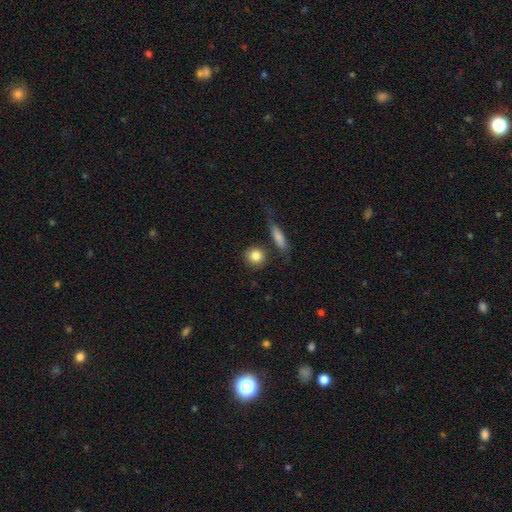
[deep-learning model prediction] Q: Smooth or featured?
A: smooth (84%); runner-up: featured or disk (9%)
Q: How rounded?
A: round (83%); runner-up: in between (14%)
Q: Merging?
A: none (77%); runner-up: minor disturbance (11%)